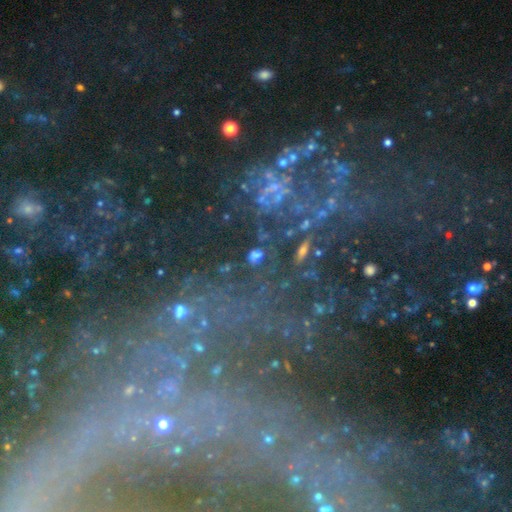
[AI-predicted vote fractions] Q: Smooth or featured?
A: star or artifact (42%); runner-up: featured or disk (29%)